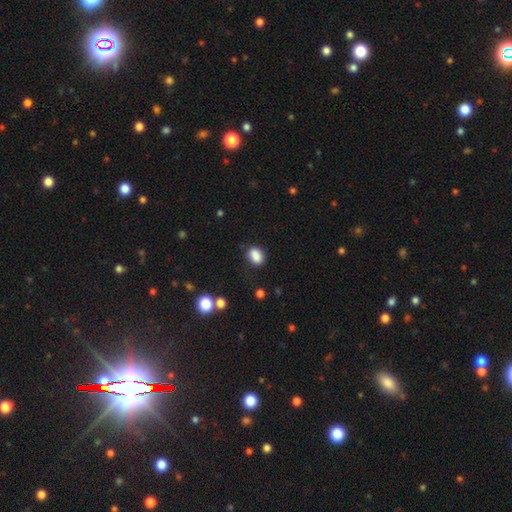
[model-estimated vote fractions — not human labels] Morphology: type=smooth (86%); roundness=in between (74%); merging=none (75%).